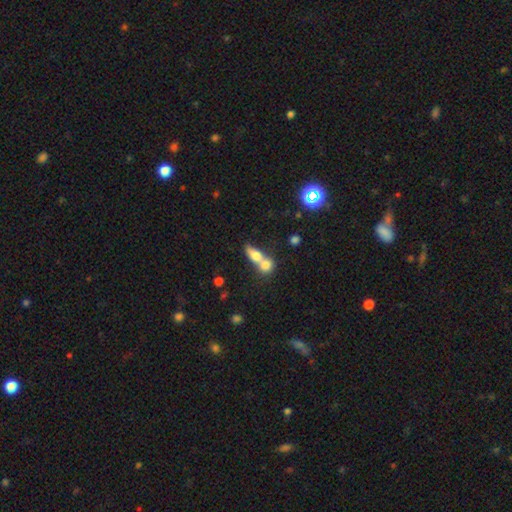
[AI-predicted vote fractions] Smooth or featured? Predicted: smooth (p=0.71). How rounded? Predicted: in between (p=0.60). Merging? Predicted: merger (p=0.71).